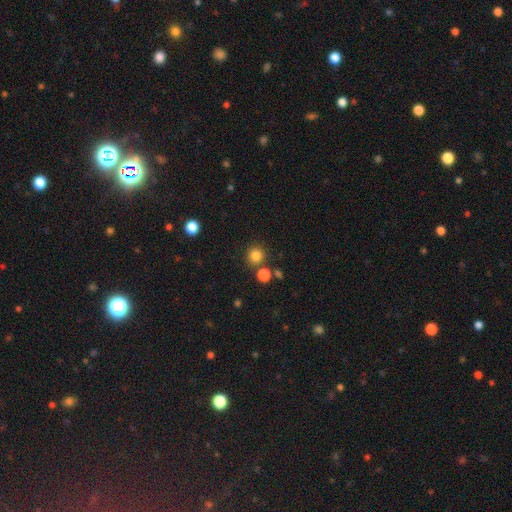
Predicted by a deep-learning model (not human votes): This appears to be a smooth galaxy with no disk features (82%) that is round (93%). Merging: none (83%).